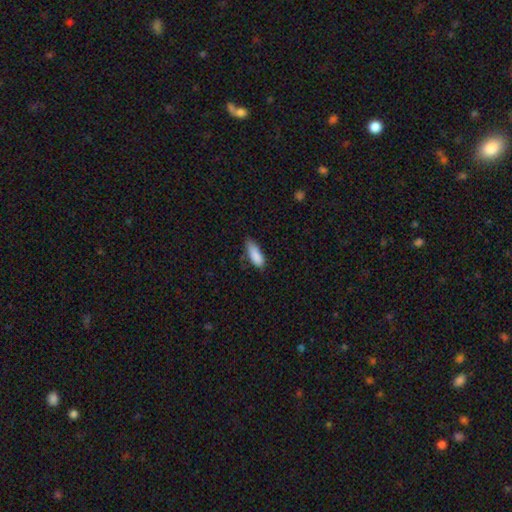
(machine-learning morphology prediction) type=smooth (87%); roundness=in between (67%); merging=none (59%).